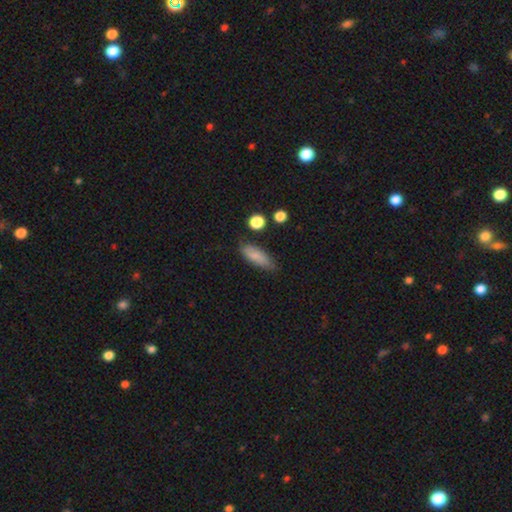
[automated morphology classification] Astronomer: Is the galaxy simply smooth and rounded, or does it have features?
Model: smooth — 81%.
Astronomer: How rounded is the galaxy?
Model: in between — 68%.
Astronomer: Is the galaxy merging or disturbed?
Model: none — 75%.